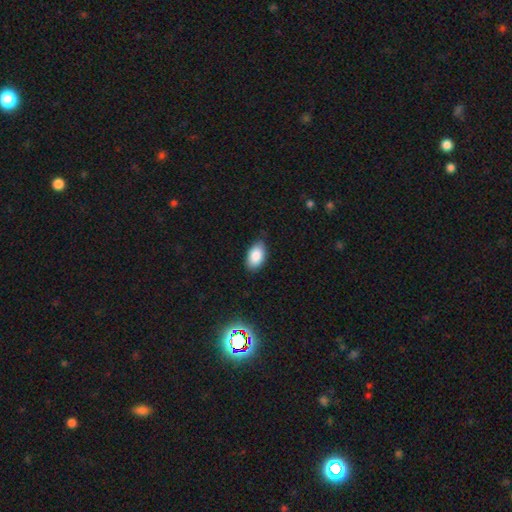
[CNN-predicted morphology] type=smooth (87%); roundness=in between (93%); merging=none (76%).